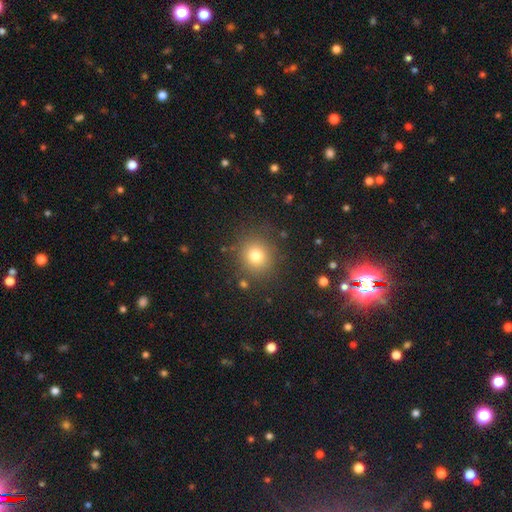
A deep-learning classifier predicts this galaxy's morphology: This is likely a smooth galaxy (77%). How rounded: clearly round (88%). Merging: clearly none (85%).